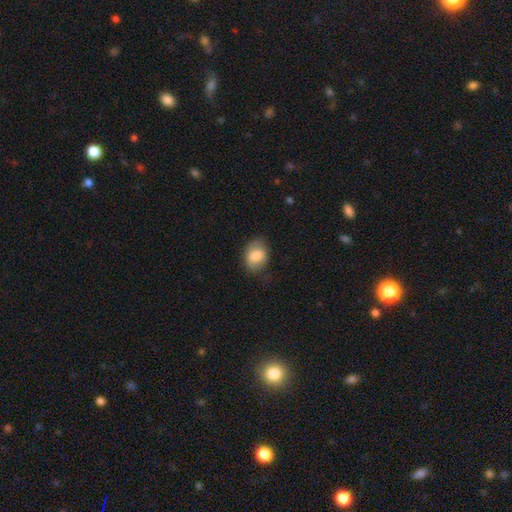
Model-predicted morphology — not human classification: The model was most divided on "how rounded": in between: 68%, round: 31%, cigar-shaped: 1%. More confident: smooth or featured — smooth (80%); merging — none (70%).